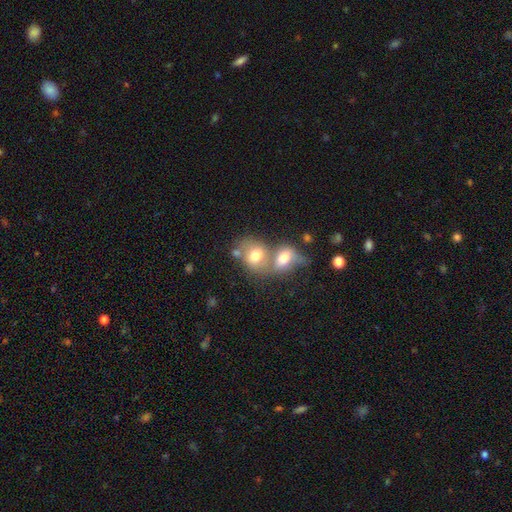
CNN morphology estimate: A smooth galaxy with no disk features (67%) that is in between round and cigar-shaped (52%).

Vote fractions:
- Smooth or featured? smooth: 67% / featured or disk: 23% / star or artifact: 9%
- How rounded? in between: 52% / round: 46% / cigar-shaped: 1%
- Merging? merger: 60% / none: 26% / minor disturbance: 8% / major disturbance: 5%